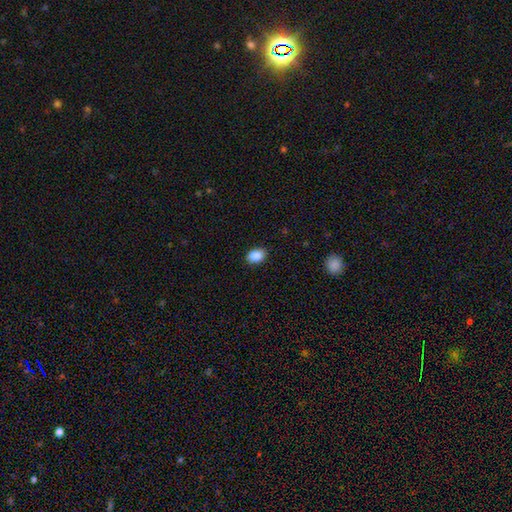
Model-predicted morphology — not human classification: This appears to be a smooth galaxy with no disk features (89%) that is in between round and cigar-shaped (83%). Merging: none (86%).